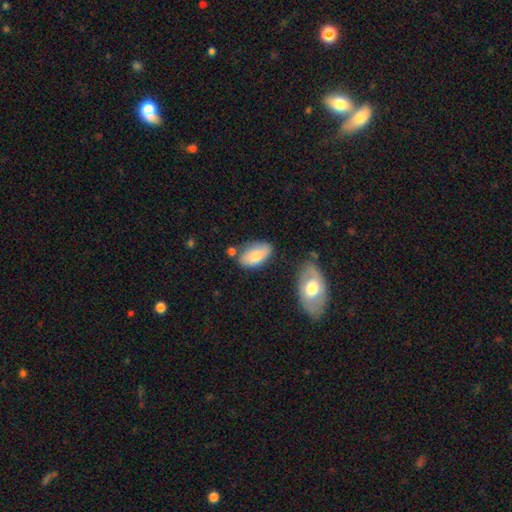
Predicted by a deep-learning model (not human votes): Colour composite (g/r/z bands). It shows a smooth galaxy with no disk features (76%) that is in between round and cigar-shaped (94%). Merging: none (62%).